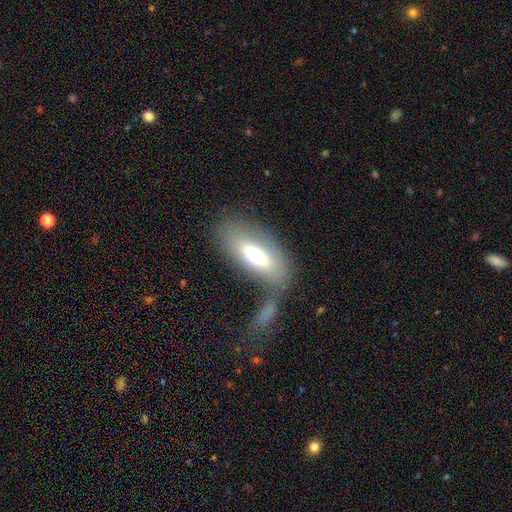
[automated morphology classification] Smooth or featured?
  - smooth: 59% *
  - featured or disk: 31%
  - star or artifact: 10%
How rounded?
  - in between: 78% *
  - cigar-shaped: 17%
  - round: 5%
Merging?
  - none: 59% *
  - merger: 18%
  - minor disturbance: 13%
  - major disturbance: 10%